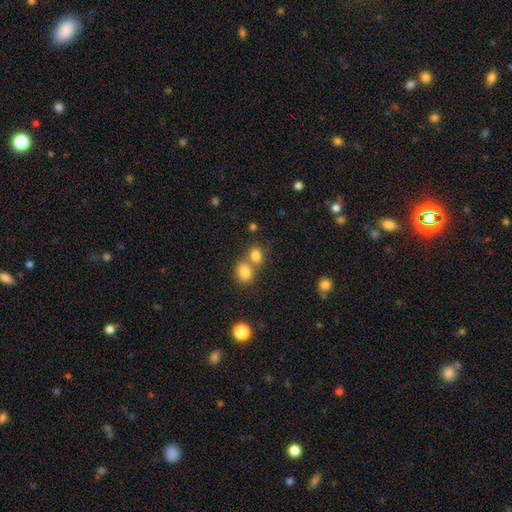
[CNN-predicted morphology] smooth 80%, star or artifact 12%, featured or disk 8%. Down the decision tree: how rounded — round (60%); merging — merger (48%).